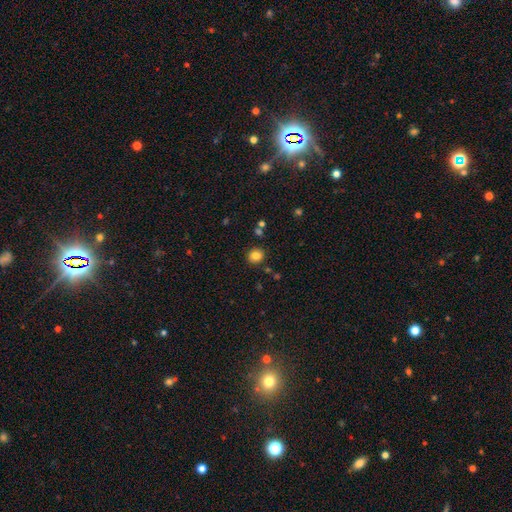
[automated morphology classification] This is clearly a smooth galaxy (82%). How rounded: likely round (80%). Merging: clearly none (87%).